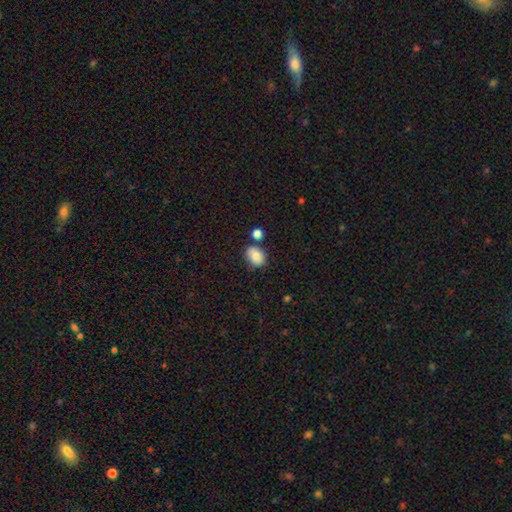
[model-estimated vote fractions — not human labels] The model was most divided on "how rounded": in between: 64%, round: 35%, cigar-shaped: 1%. More confident: smooth or featured — smooth (79%); merging — none (68%).